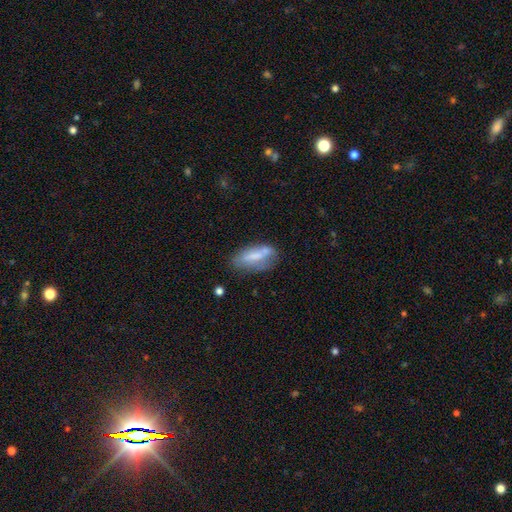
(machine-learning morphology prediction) Overall: smooth (64%; featured or disk 28%). How rounded: in between (68%; cigar-shaped 30%). Merging: none (54%; minor disturbance 24%).